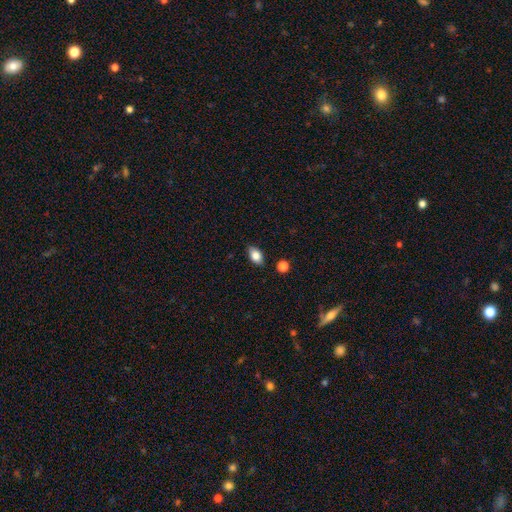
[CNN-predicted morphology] A smooth galaxy with no disk features (79%) that is in between round and cigar-shaped (87%). Merging: none (84%).